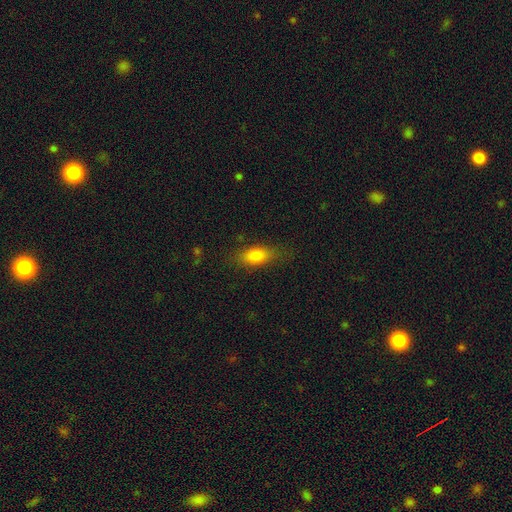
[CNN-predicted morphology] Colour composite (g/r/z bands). It shows a smooth galaxy with no disk features (80%) that is in between round and cigar-shaped (80%). Merging: none (76%).